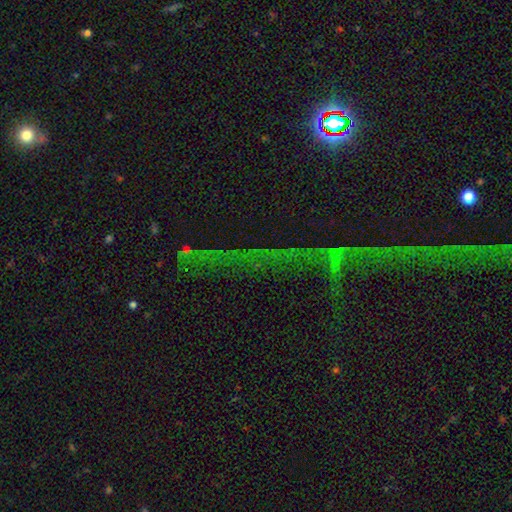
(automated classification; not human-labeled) A star or artifact, not a galaxy (81%).